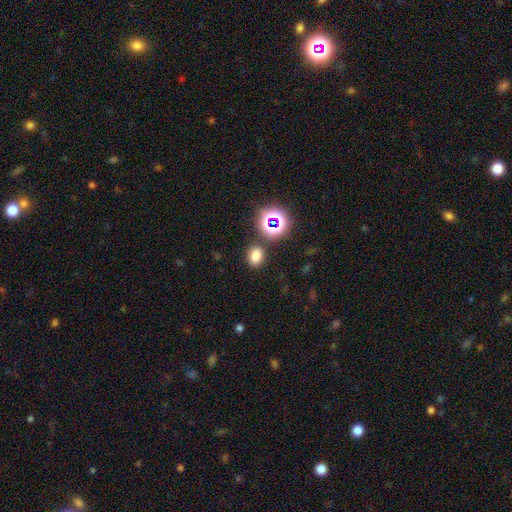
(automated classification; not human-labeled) Smooth or featured: smooth — 74% (star or artifact — 20%)
How rounded: in between — 58% (round — 41%)
Merging: none — 82% (minor disturbance — 9%)